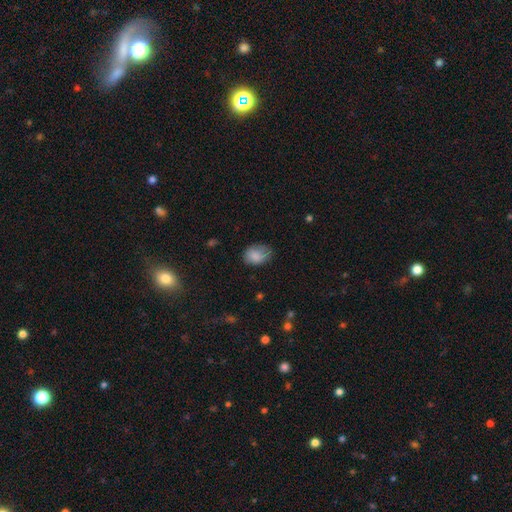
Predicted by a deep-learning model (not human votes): Smooth or featured: smooth — 83% (featured or disk — 9%)
How rounded: in between — 76% (round — 23%)
Merging: none — 58% (minor disturbance — 32%)